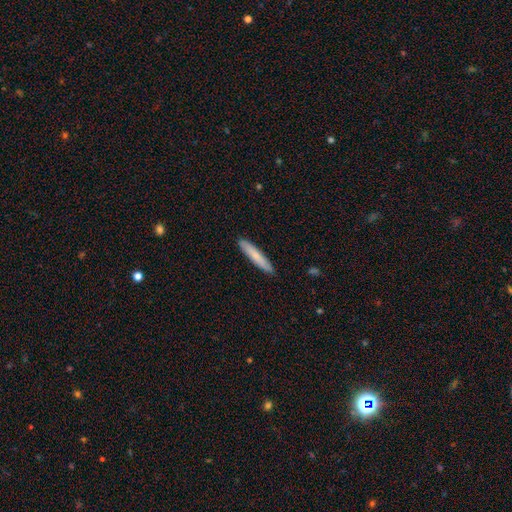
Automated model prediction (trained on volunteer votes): smooth_or_featured: smooth (p=0.76) [alt: featured or disk p=0.18]
how_rounded: cigar-shaped (p=0.93) [alt: in between p=0.06]
merging: none (p=0.90) [alt: minor disturbance p=0.07]